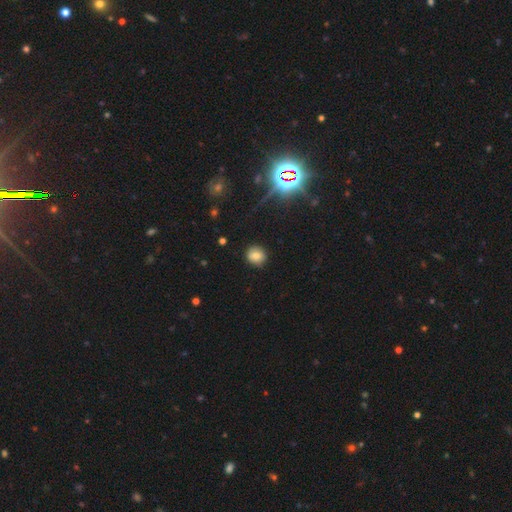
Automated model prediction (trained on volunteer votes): A smooth galaxy with no disk features (76%) that is round (84%). Merging: none (88%).